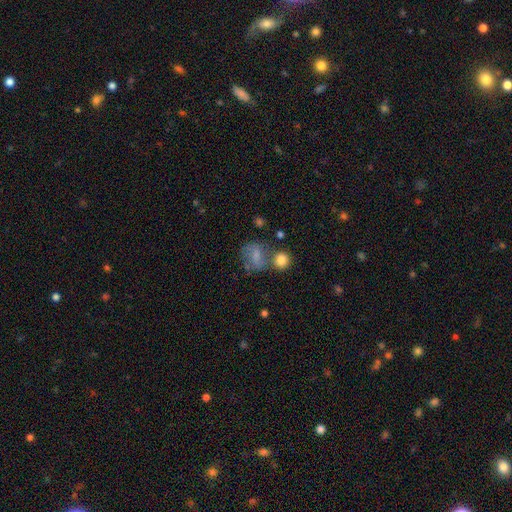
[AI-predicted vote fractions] Morphology: type=smooth (68%); roundness=round (49%, tied with in between); merging=none (44%).